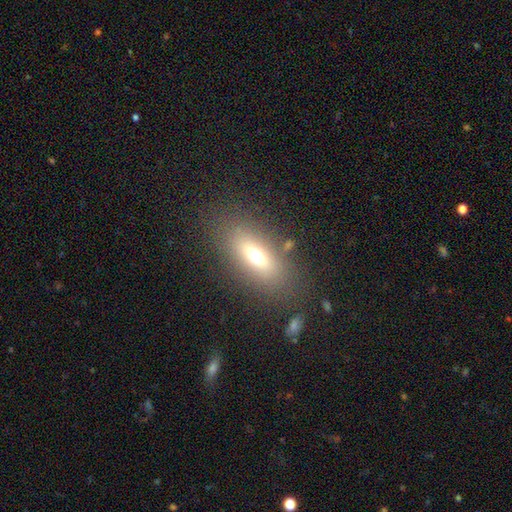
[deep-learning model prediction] Smooth or featured? Predicted: smooth (p=0.62). How rounded? Predicted: in between (p=0.76). Merging? Predicted: none (p=0.77).